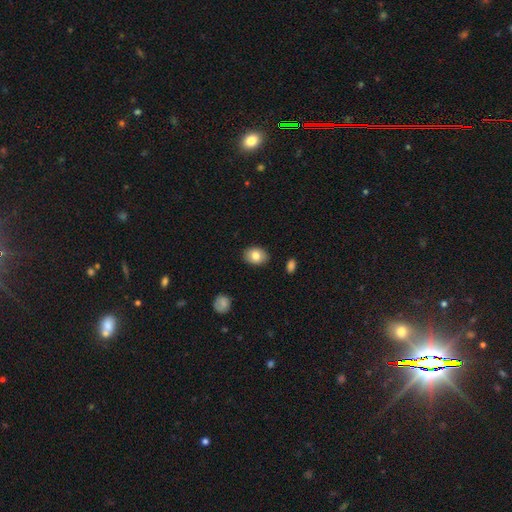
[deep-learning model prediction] Smooth or featured? smooth (81%)
How rounded? in between (68%)
Merging? none (88%)